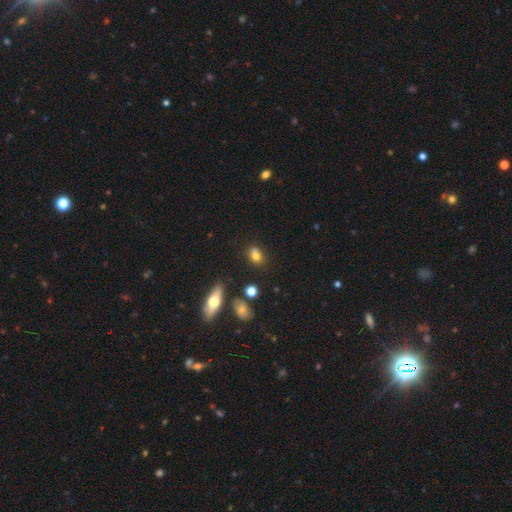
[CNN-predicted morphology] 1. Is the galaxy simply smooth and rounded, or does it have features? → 76% smooth, 13% star or artifact, 12% featured or disk.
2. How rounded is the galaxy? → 66% in between, 31% round, 3% cigar-shaped.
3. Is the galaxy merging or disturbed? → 61% none, 18% merger, 16% minor disturbance, 5% major disturbance.